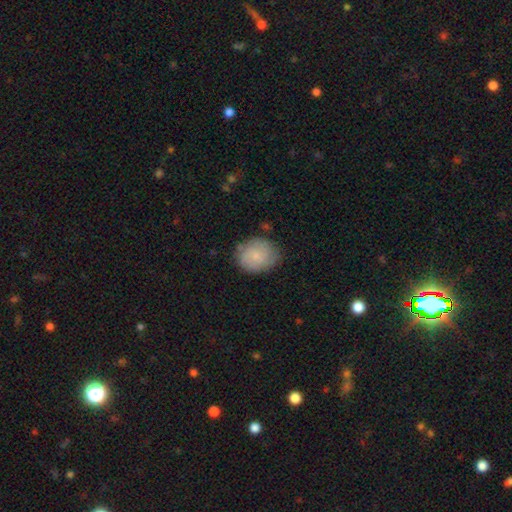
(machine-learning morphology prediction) A smooth galaxy with no disk features (70%) that is round (64%). Merging: none (75%).